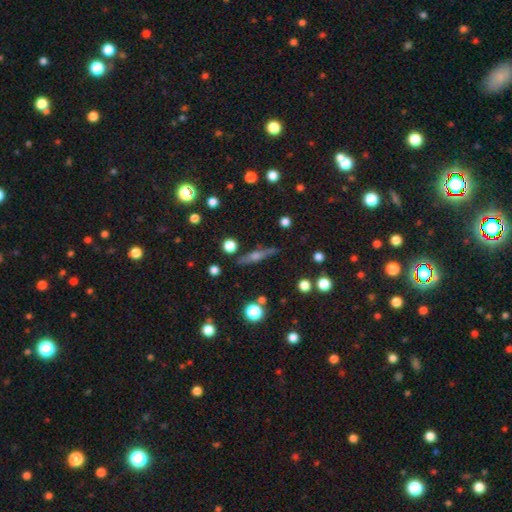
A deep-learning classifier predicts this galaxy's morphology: The model was most divided on "smooth or featured": featured or disk: 58%, smooth: 31%, star or artifact: 11%. More confident: edge-on disk — yes (94%); merging — none (86%); edge-on bulge — rounded (81%).